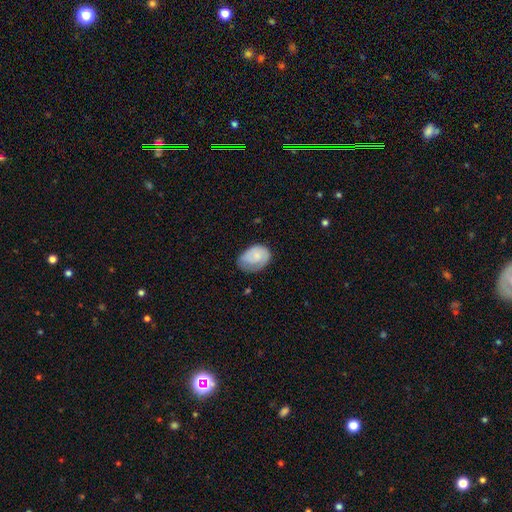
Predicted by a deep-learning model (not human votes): A smooth galaxy with no disk features (67%) that is in between round and cigar-shaped (73%). Merging: none (47%).